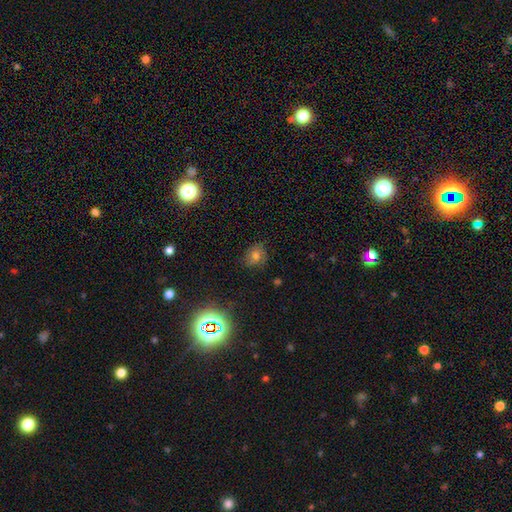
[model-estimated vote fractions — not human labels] smooth-or-featured: smooth: 64% | star or artifact: 19% | featured or disk: 17%
  how-rounded: round: 57% | in between: 42% | cigar-shaped: 1%
  merging: none: 73% | minor disturbance: 20% | major disturbance: 6% | merger: 2%